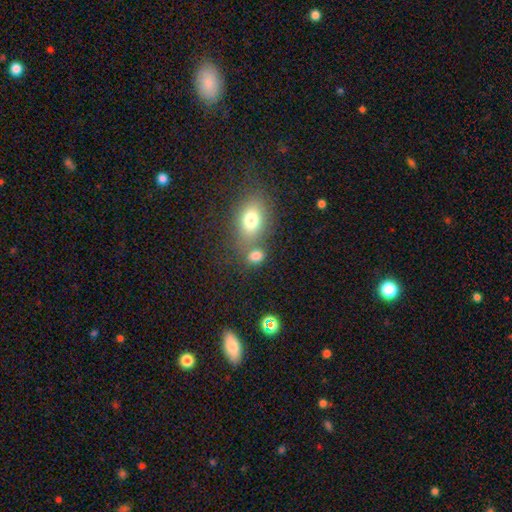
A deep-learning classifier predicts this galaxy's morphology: Smooth or featured? smooth (79%)
How rounded? in between (56%)
Merging? none (56%)